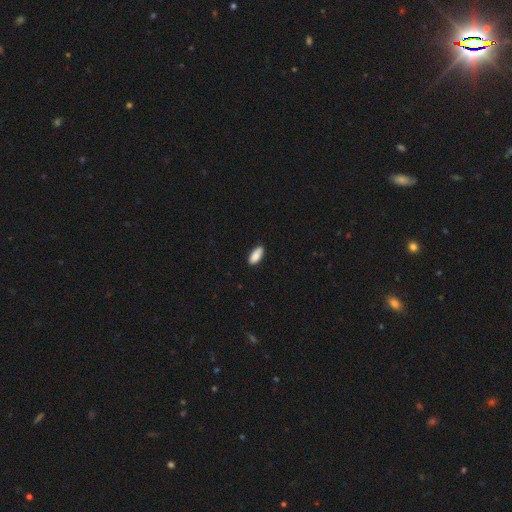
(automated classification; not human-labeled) A smooth galaxy with no disk features (87%) that is in between round and cigar-shaped (83%). Merging: none (82%).